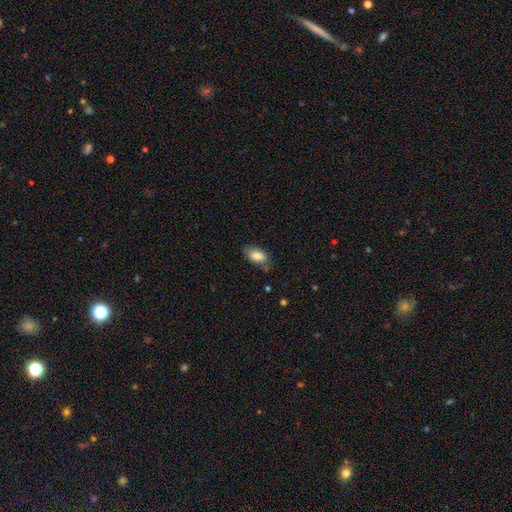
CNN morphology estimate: type=smooth (82%); roundness=in between (92%); merging=none (72%).